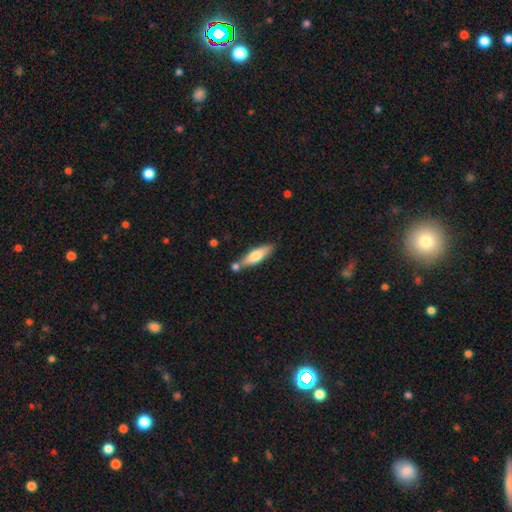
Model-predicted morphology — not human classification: smooth_or_featured: smooth (p=0.64) [alt: featured or disk p=0.30]
how_rounded: cigar-shaped (p=0.64) [alt: in between p=0.34]
merging: none (p=0.66) [alt: merger p=0.17]